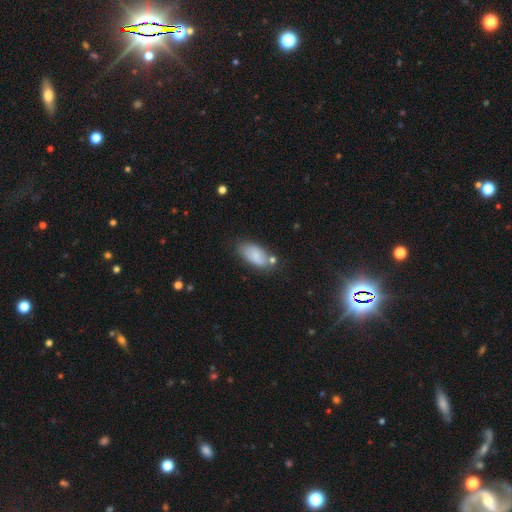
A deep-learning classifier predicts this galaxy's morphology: Smooth or featured? Predicted: smooth (p=0.79). How rounded? Predicted: in between (p=0.92). Merging? Predicted: none (p=0.65).